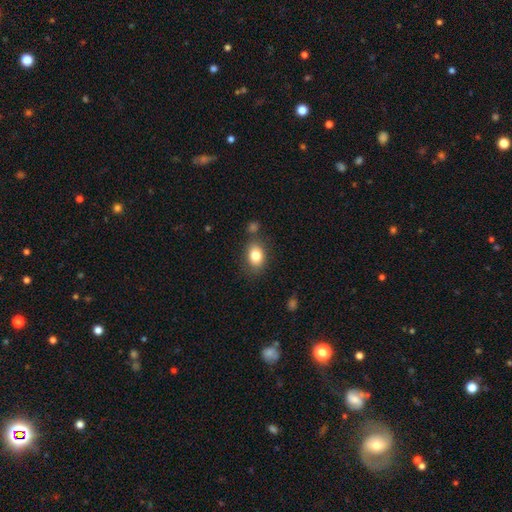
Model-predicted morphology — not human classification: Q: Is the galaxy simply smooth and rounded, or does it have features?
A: smooth — 82%.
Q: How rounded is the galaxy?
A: in between — 73%.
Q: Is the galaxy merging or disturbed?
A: none — 75%.